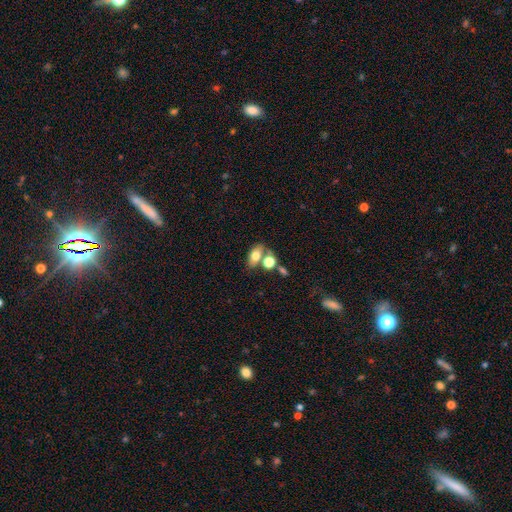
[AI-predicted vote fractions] Overall: smooth (71%). How rounded: in between (82%). Merging: none (48%; merger 32%).